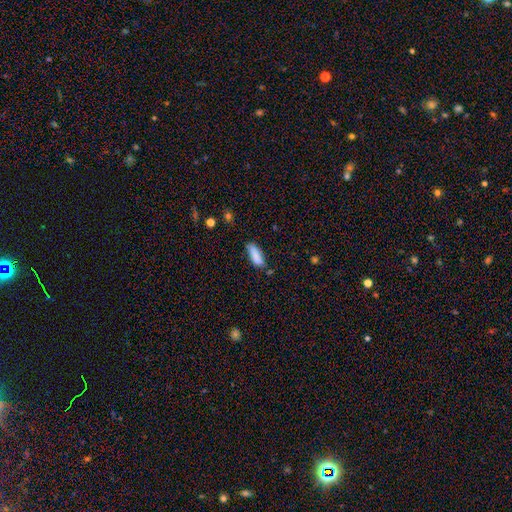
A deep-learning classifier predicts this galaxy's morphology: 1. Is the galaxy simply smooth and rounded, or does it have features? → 84% smooth, 8% featured or disk, 7% star or artifact.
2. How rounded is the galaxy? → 64% in between, 34% cigar-shaped, 2% round.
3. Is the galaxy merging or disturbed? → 64% none, 25% minor disturbance, 6% major disturbance, 5% merger.